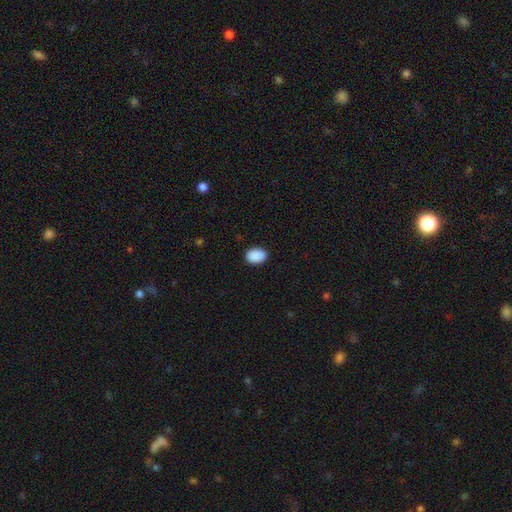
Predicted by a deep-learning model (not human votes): This is clearly a smooth galaxy (90%). How rounded: likely in between (75%). Merging: clearly none (87%).